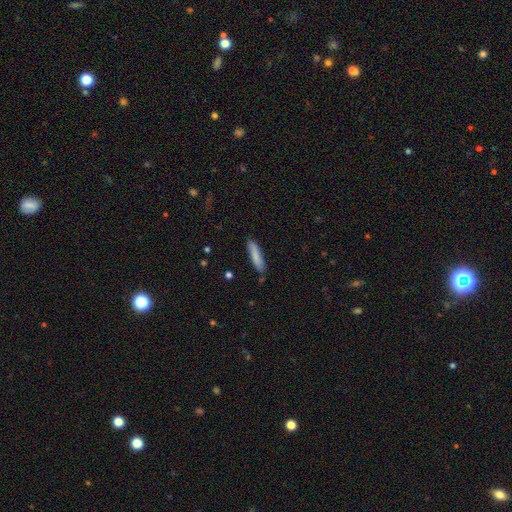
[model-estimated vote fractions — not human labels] Overall: smooth (84%). How rounded: cigar-shaped (83%). Merging: none (85%).